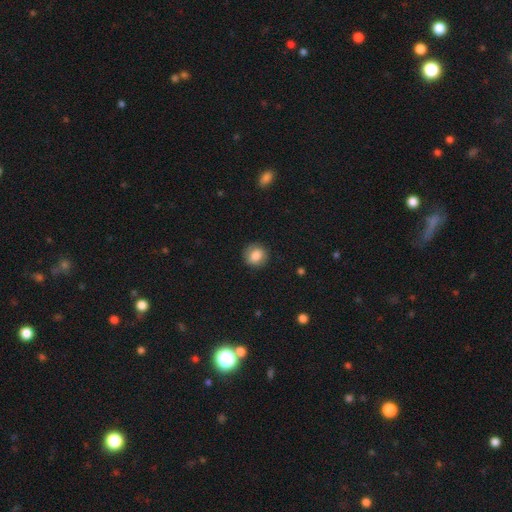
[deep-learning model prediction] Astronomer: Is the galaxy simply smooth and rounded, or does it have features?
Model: smooth — 81%.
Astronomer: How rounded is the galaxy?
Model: round — 83%.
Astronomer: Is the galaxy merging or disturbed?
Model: none — 87%.